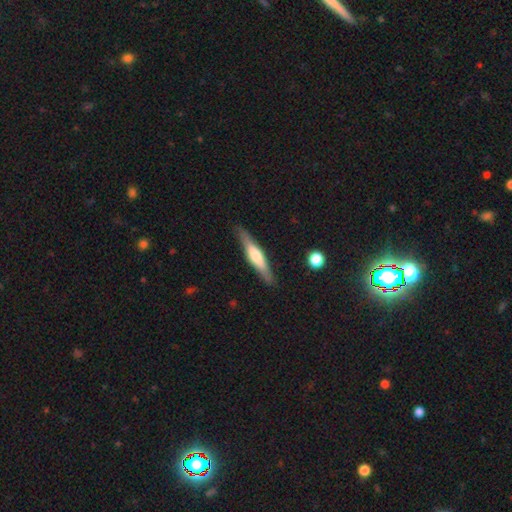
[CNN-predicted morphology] A featured or disk galaxy (53%) viewed edge-on (94%) with a rounded central bulge (71%).

Vote fractions:
- Smooth or featured? featured or disk: 53% / smooth: 42% / star or artifact: 5%
- Edge-on disk? yes: 94% / no: 6%
- Edge-on bulge? rounded: 71% / boxy: 18% / none: 11%
- Merging? none: 87% / minor disturbance: 9% / major disturbance: 2% / merger: 1%